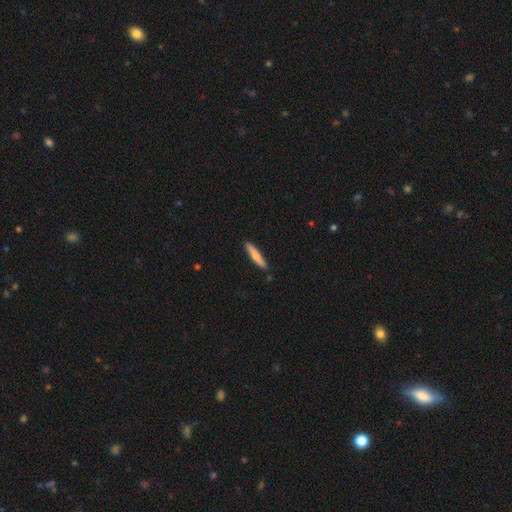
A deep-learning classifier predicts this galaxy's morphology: The model was most divided on "smooth or featured": smooth: 71%, featured or disk: 24%, star or artifact: 5%. More confident: how rounded — cigar-shaped (90%); merging — none (87%).